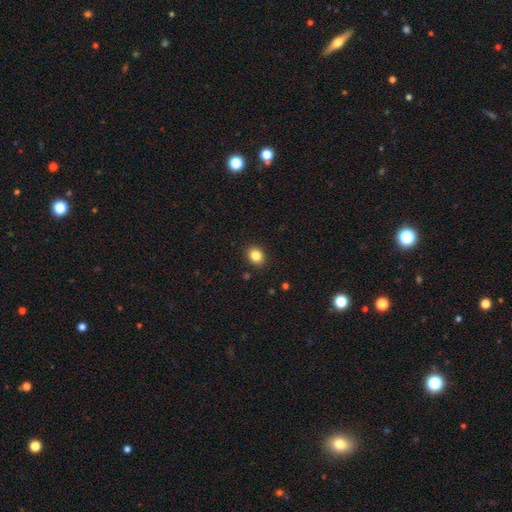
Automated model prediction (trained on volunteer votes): Smooth or featured?
  - smooth: 85% *
  - star or artifact: 10%
  - featured or disk: 5%
How rounded?
  - round: 55% *
  - in between: 45%
  - cigar-shaped: 1%
Merging?
  - none: 90% *
  - minor disturbance: 7%
  - major disturbance: 2%
  - merger: 1%